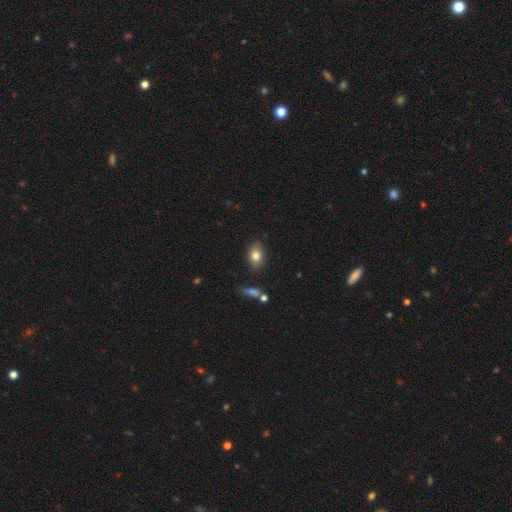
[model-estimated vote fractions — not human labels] Morphology: type=smooth (79%); roundness=in between (83%); merging=none (80%).